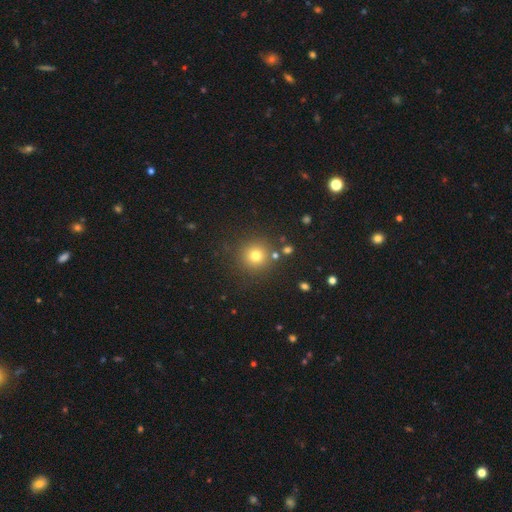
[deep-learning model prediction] A smooth galaxy with no disk features (76%) that is round (95%). Merging: none (86%).